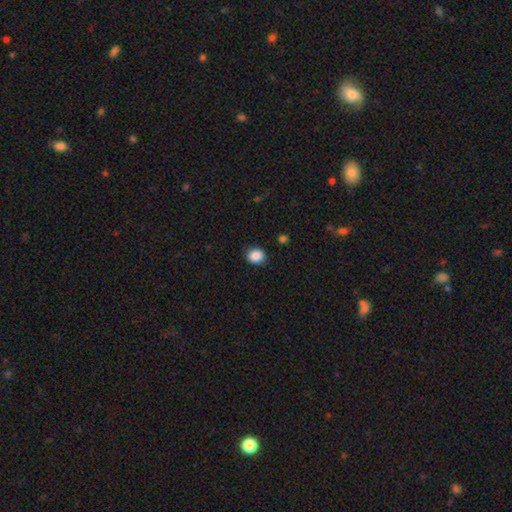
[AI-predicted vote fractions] smooth 87%, star or artifact 9%, featured or disk 4%. Down the decision tree: how rounded — round (64%); merging — none (87%).